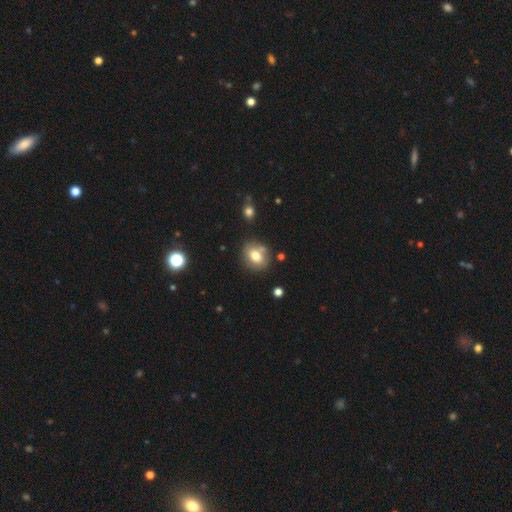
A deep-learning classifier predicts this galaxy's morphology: This appears to be a smooth galaxy with no disk features (73%) that is round (59%). Merging: none (71%).